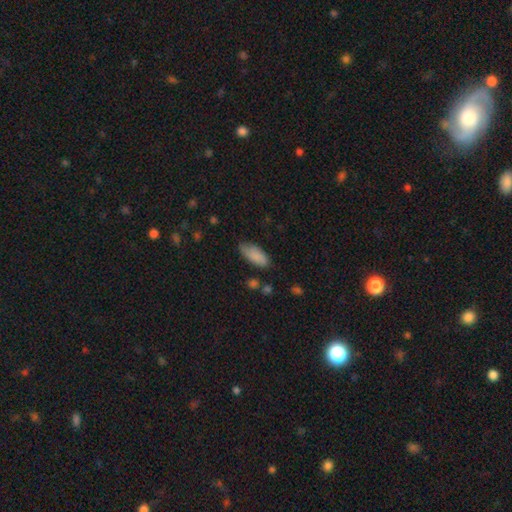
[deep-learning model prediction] A smooth galaxy with no disk features (86%) that is in between round and cigar-shaped (86%).

Vote fractions:
- Smooth or featured? smooth: 86% / featured or disk: 7% / star or artifact: 7%
- How rounded? in between: 86% / cigar-shaped: 13% / round: 2%
- Merging? none: 66% / minor disturbance: 26% / major disturbance: 5% / merger: 3%